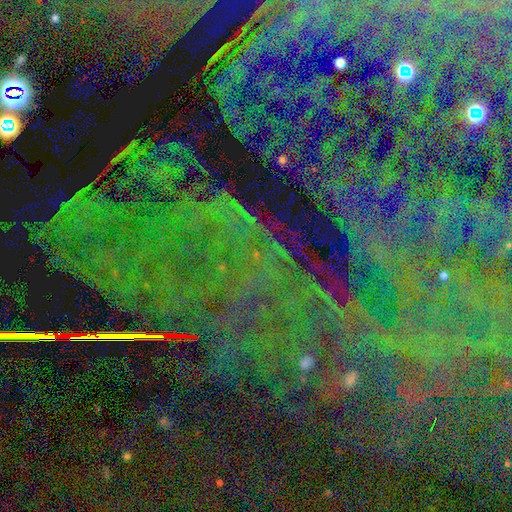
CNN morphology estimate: star or artifact 85%, featured or disk 8%, smooth 7%.